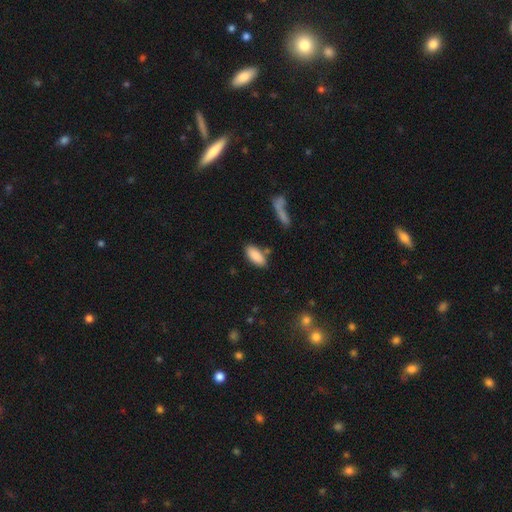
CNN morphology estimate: A smooth galaxy with no disk features (87%) that is in between round and cigar-shaped (85%). Merging: none (78%).